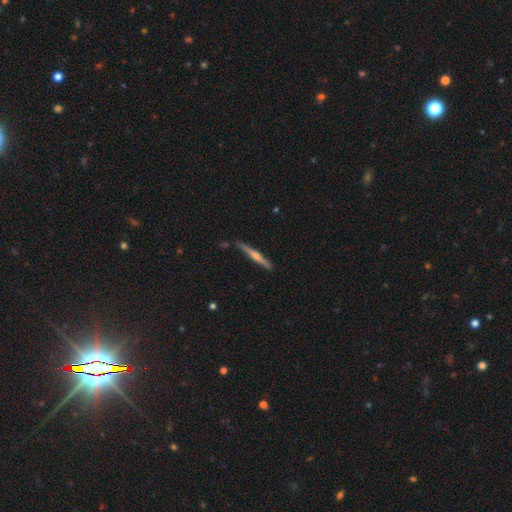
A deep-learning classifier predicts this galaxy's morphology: smooth-or-featured: featured or disk: 69% | smooth: 26% | star or artifact: 6%
  disk-edge-on: yes: 98% | no: 2%
    edge-on-bulge: rounded: 81% | none: 14% | boxy: 5%
  merging: none: 87% | minor disturbance: 9% | merger: 2% | major disturbance: 2%